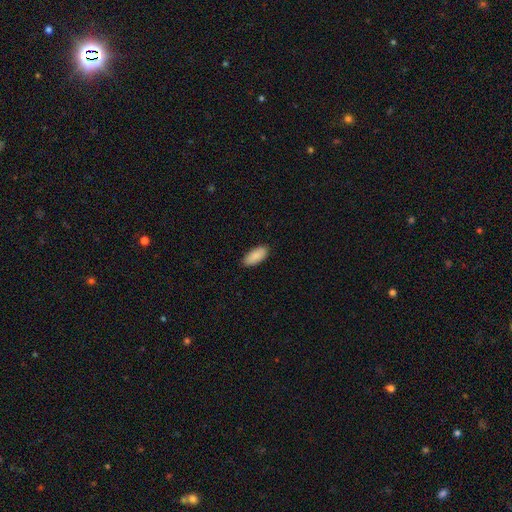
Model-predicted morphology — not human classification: smooth-or-featured: smooth: 90% | star or artifact: 6% | featured or disk: 4%
  how-rounded: in between: 88% | cigar-shaped: 10% | round: 2%
  merging: none: 88% | minor disturbance: 9% | major disturbance: 2% | merger: 1%